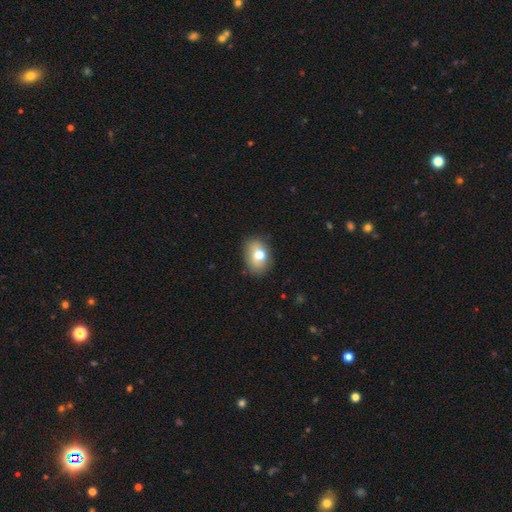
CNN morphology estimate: Smooth or featured: smooth — 72% (featured or disk — 18%)
How rounded: in between — 66% (round — 32%)
Merging: none — 80% (minor disturbance — 15%)